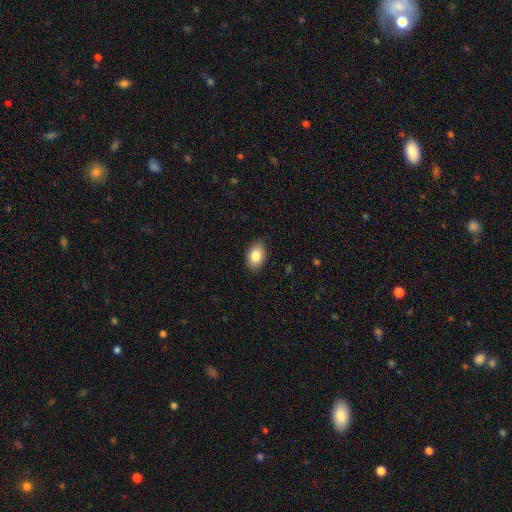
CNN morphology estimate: Smooth or featured? smooth (85%)
How rounded? in between (89%)
Merging? none (88%)